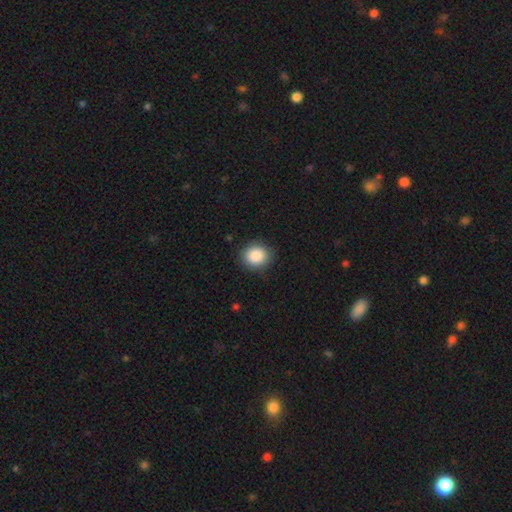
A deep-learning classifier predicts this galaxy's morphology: smooth 89%, star or artifact 8%, featured or disk 3%. Down the decision tree: how rounded — round (81%); merging — none (88%).